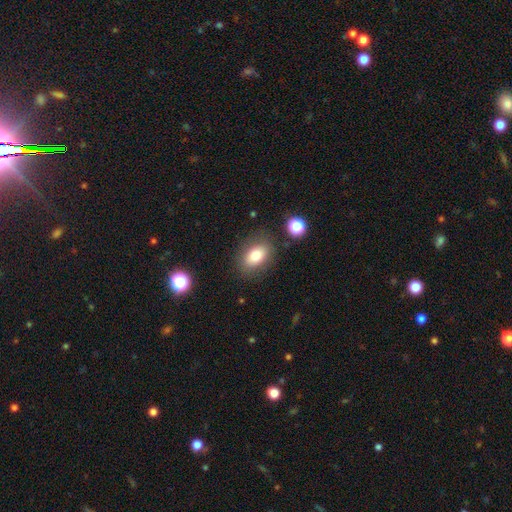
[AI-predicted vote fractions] Morphology: type=smooth (78%); roundness=in between (81%); merging=none (81%).